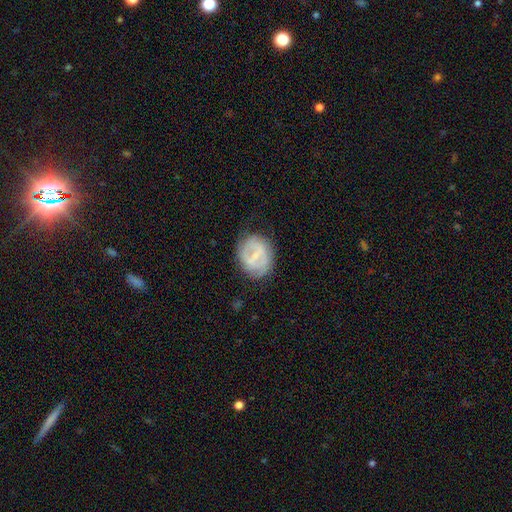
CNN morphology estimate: smooth-or-featured: featured or disk: 58% | smooth: 35% | star or artifact: 8%
  disk-edge-on: no: 96% | yes: 4%
    bar: weak: 46% | strong: 37% | no: 17%
    has-spiral-arms: yes: 52% | no: 48%
    bulge-size: small: 53% | none: 23% | moderate: 21% | large: 2% | dominant: 1%
  merging: none: 71% | minor disturbance: 19% | major disturbance: 8% | merger: 1%